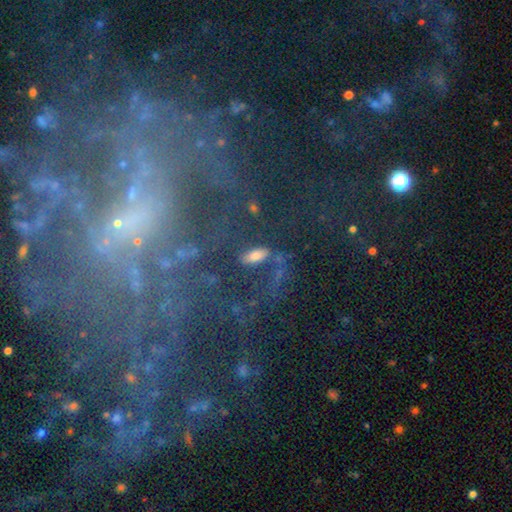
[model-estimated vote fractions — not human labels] Morphology: type=smooth (55%); roundness=in between (73%); merging=none (65%).